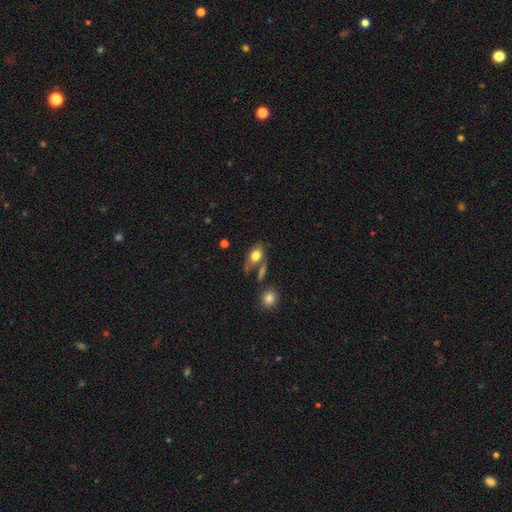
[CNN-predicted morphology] Smooth or featured?
  - smooth: 75% *
  - featured or disk: 17%
  - star or artifact: 8%
How rounded?
  - in between: 83% *
  - round: 13%
  - cigar-shaped: 4%
Merging?
  - none: 54% *
  - minor disturbance: 19%
  - merger: 18%
  - major disturbance: 8%